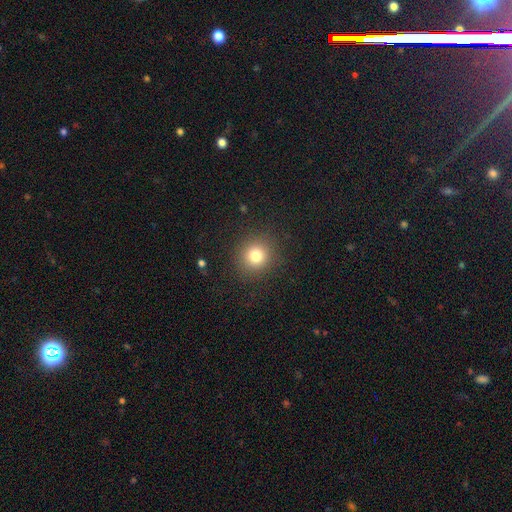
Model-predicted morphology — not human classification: This is likely a smooth galaxy (79%). How rounded: clearly round (89%). Merging: clearly none (89%).